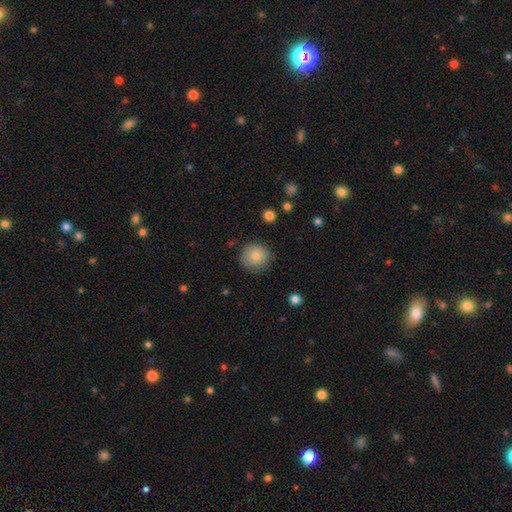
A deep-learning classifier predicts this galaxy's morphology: Smooth or featured? smooth (85%)
How rounded? round (92%)
Merging? none (84%)